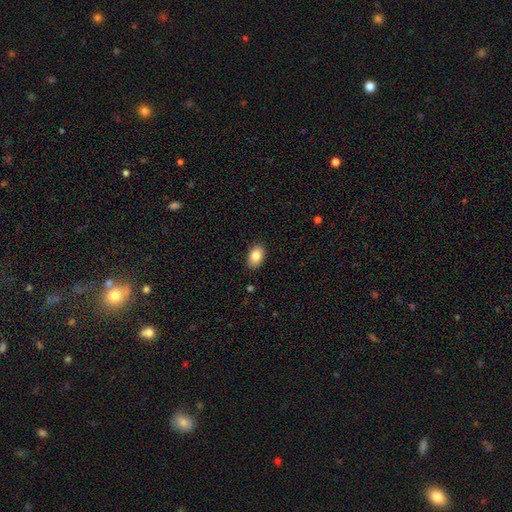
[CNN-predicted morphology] Smooth or featured? smooth (84%)
How rounded? in between (87%)
Merging? none (88%)